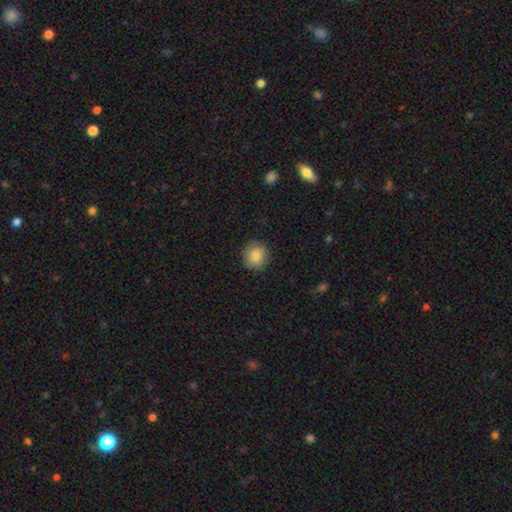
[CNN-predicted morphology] This appears to be a smooth galaxy with no disk features (86%) that is round (87%). Merging: none (87%).